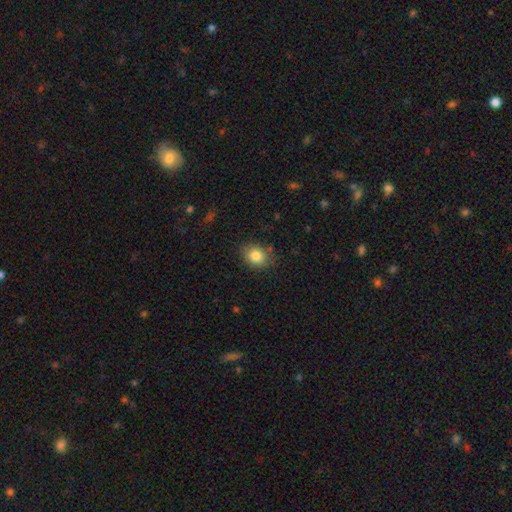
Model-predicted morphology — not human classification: Q: Smooth or featured?
A: smooth (83%); runner-up: star or artifact (10%)
Q: How rounded?
A: round (50%); runner-up: in between (49%)
Q: Merging?
A: none (82%); runner-up: minor disturbance (13%)